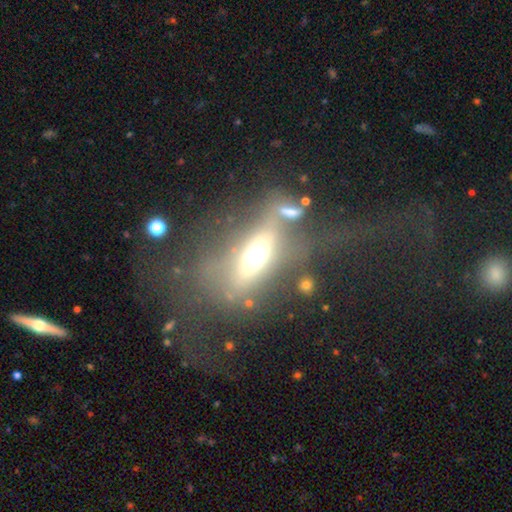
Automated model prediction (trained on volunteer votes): This appears to be a smooth galaxy with no disk features (43%, tied with featured or disk). Merging: none (39%).